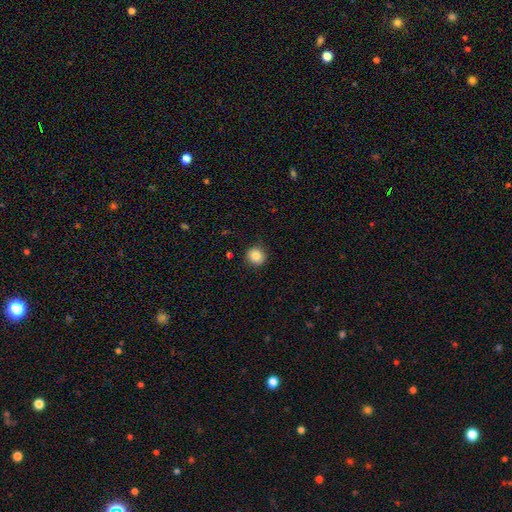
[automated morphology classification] Smooth or featured? Predicted: smooth (p=0.84). How rounded? Predicted: round (p=0.92). Merging? Predicted: none (p=0.88).